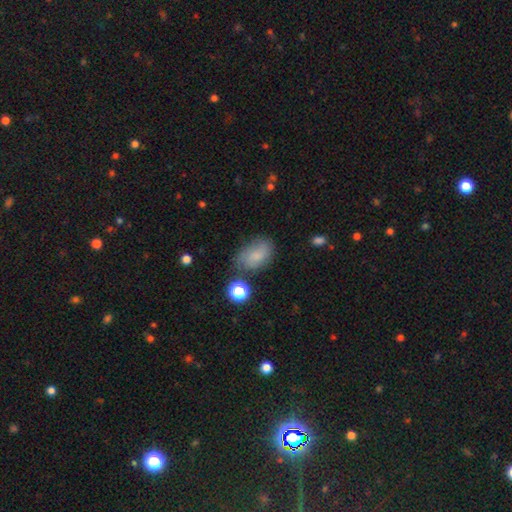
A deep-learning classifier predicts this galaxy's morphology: Overall: smooth (75%). How rounded: in between (86%). Merging: none (59%; minor disturbance 26%).